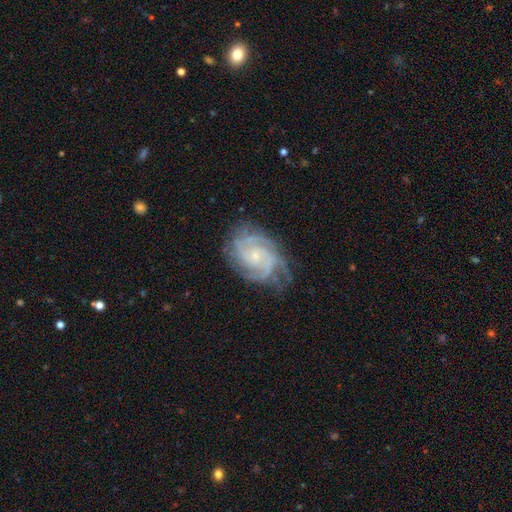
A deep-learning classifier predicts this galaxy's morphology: Overall: featured or disk (87%). Edge-on disk: no (97%). Bar: no (68%). Spiral arms: yes (98%). Spiral arm count: 3 (28%; 4 23%). Spiral winding: tight (67%; medium 28%). Bulge size: small (72%). Merging: none (73%).